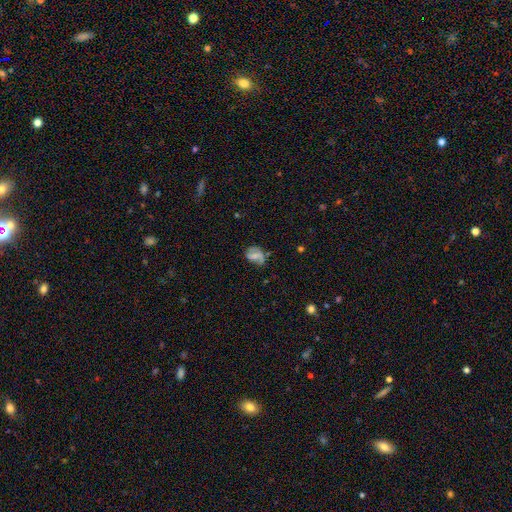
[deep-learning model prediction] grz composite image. It shows a smooth galaxy with no disk features (46%). Merging: none (52%).